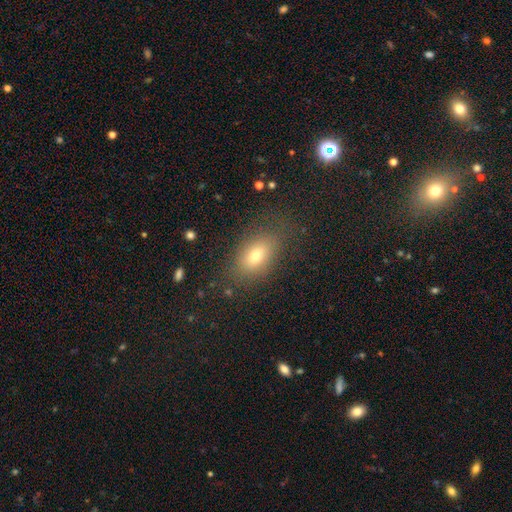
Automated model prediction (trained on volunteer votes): Smooth or featured? Predicted: smooth (p=0.75). How rounded? Predicted: in between (p=0.86). Merging? Predicted: none (p=0.78).